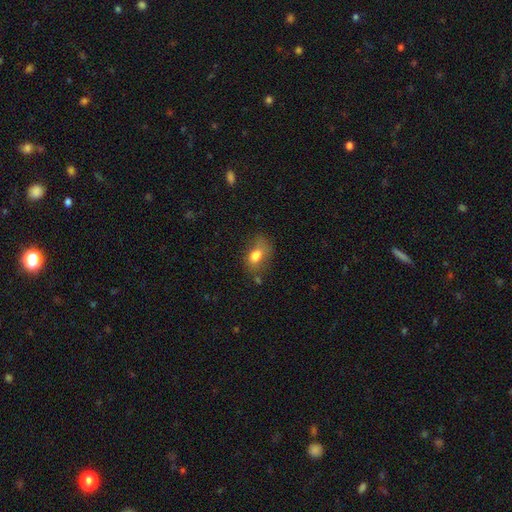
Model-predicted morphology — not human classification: This is likely a smooth galaxy (76%). How rounded: clearly in between (81%). Merging: possibly none (48%).